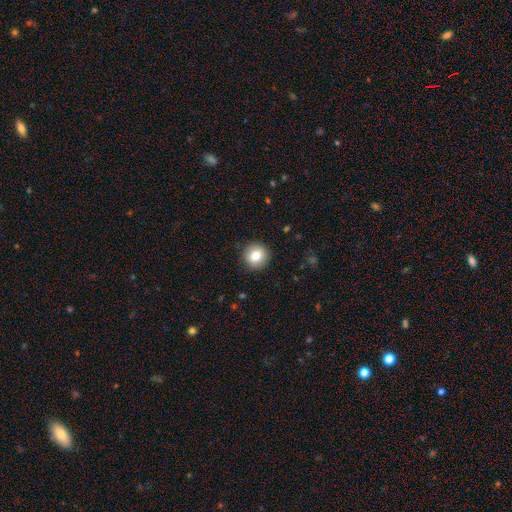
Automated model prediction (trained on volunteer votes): smooth-or-featured: smooth: 82% | star or artifact: 9% | featured or disk: 9%
  how-rounded: round: 91% | in between: 8% | cigar-shaped: 1%
  merging: none: 91% | minor disturbance: 6% | major disturbance: 2% | merger: 1%